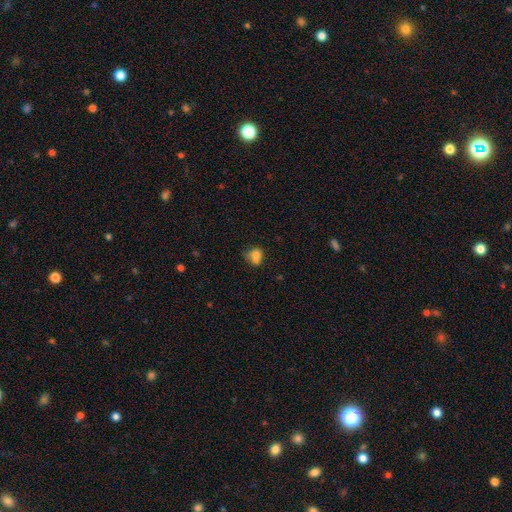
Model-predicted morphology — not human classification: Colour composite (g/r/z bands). It shows a smooth galaxy with no disk features (75%) that is round (66%). Merging: none (41%).